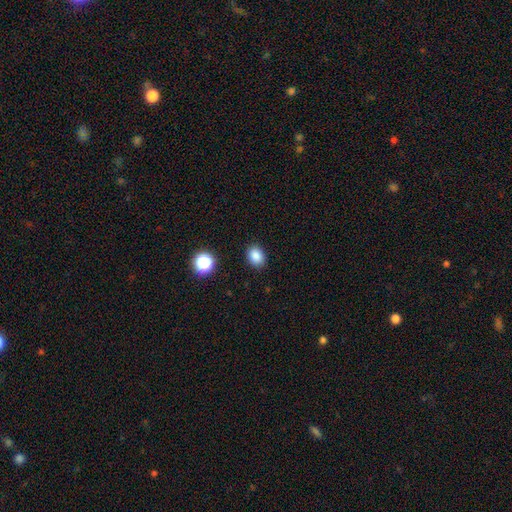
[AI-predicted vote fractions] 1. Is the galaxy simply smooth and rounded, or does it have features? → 85% smooth, 11% star or artifact, 4% featured or disk.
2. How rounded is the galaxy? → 55% in between, 45% round, 1% cigar-shaped.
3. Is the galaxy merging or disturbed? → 89% none, 8% minor disturbance, 2% major disturbance, 1% merger.